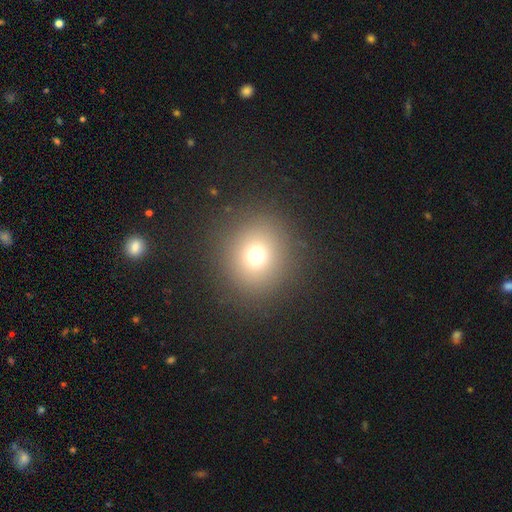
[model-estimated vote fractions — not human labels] smooth_or_featured: smooth (p=0.70) [alt: star or artifact p=0.20]
how_rounded: round (p=0.88) [alt: in between p=0.11]
merging: none (p=0.88) [alt: minor disturbance p=0.06]